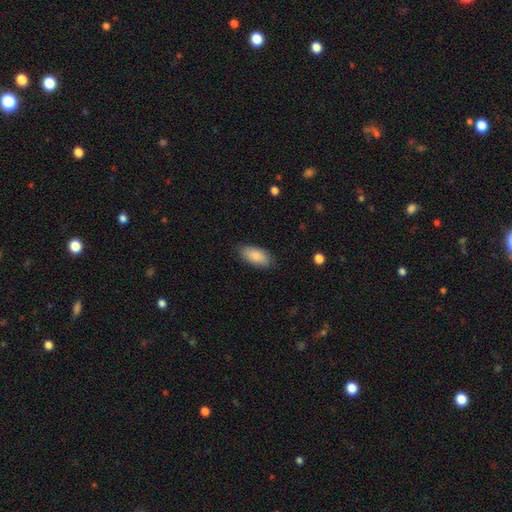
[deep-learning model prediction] This appears to be a smooth galaxy with no disk features (86%) that is in between round and cigar-shaped (91%). Merging: none (84%).